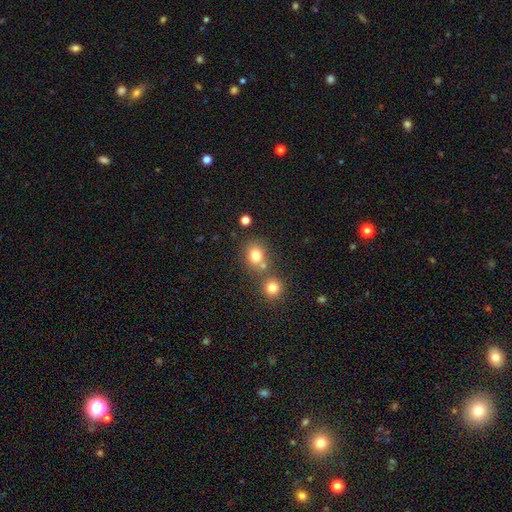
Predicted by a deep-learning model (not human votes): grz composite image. It shows a smooth galaxy with no disk features (78%) that is round (70%). Merging: none (57%).